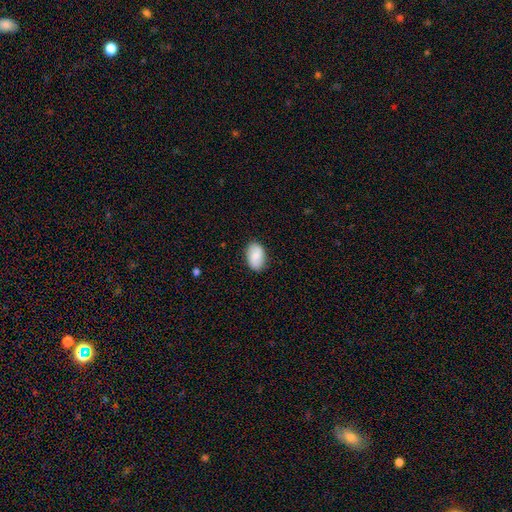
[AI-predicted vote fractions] Overall: smooth (78%). How rounded: in between (90%). Merging: none (84%).